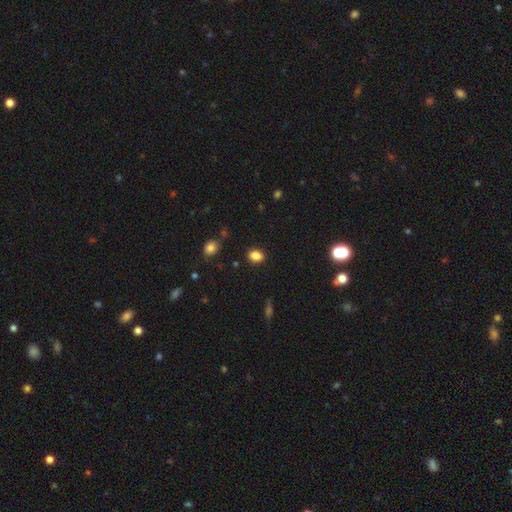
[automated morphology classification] Overall: smooth (85%). How rounded: in between (72%). Merging: none (87%).